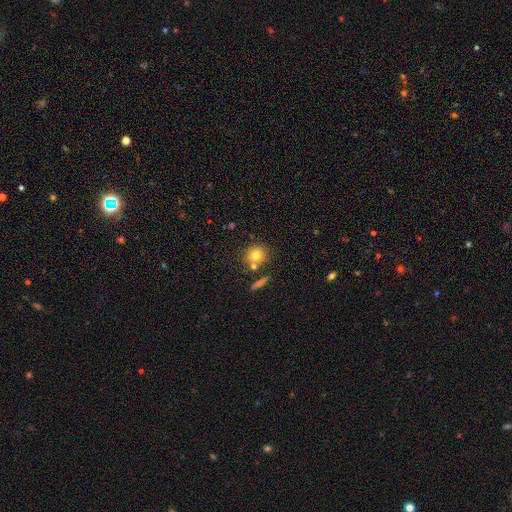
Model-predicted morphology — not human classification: smooth-or-featured: smooth: 74% | featured or disk: 14% | star or artifact: 11%
  how-rounded: round: 86% | in between: 13% | cigar-shaped: 1%
  merging: none: 70% | merger: 17% | minor disturbance: 10% | major disturbance: 3%